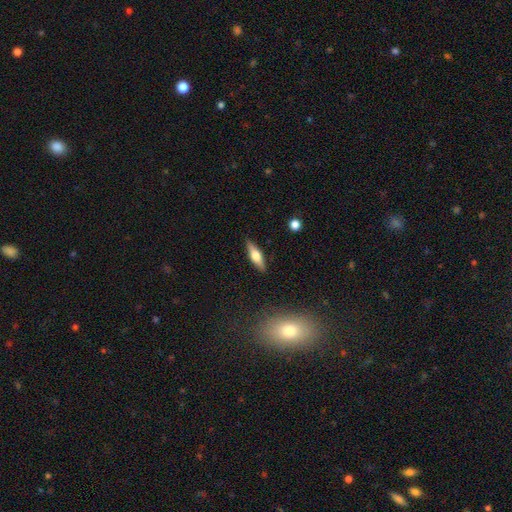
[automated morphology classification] Smooth or featured?
  - smooth: 47% *
  - featured or disk: 46%
  - star or artifact: 6%
Merging?
  - none: 88% *
  - minor disturbance: 9%
  - major disturbance: 2%
  - merger: 1%